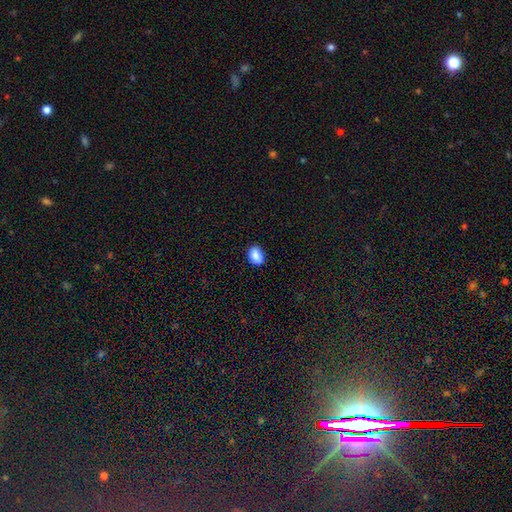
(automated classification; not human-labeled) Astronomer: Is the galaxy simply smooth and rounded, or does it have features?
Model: smooth — 88%.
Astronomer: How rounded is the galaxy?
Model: in between — 70%.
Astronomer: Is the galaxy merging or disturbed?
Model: none — 85%.